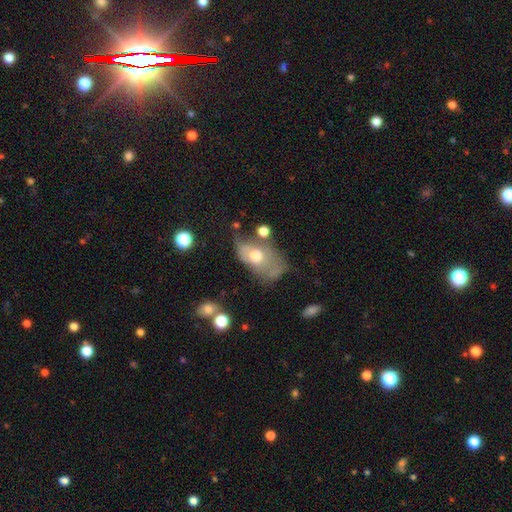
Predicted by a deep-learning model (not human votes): smooth 52%, featured or disk 39%, star or artifact 9%. Down the decision tree: how rounded — in between (86%); merging — major disturbance (37%).